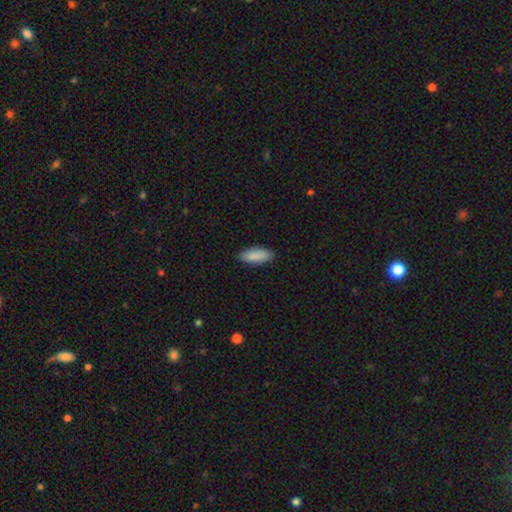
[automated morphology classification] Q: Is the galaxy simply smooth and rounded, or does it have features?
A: smooth — 89%.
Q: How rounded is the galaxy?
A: in between — 70%.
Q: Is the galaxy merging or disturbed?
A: none — 87%.